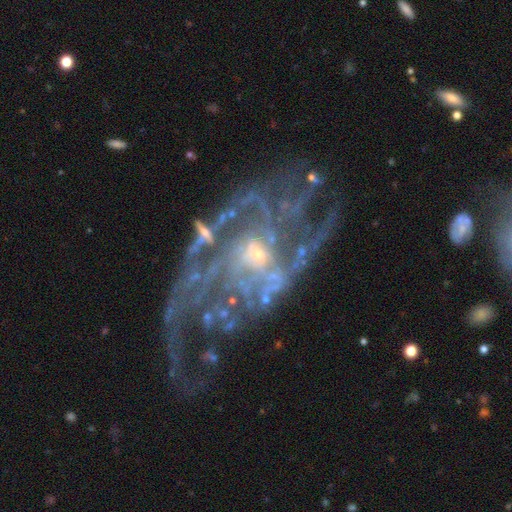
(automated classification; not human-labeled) Morphology: type=featured or disk (85%); edge-on=no (97%); bar=no (61%); spiral arms=yes (90%); winding=medium (42%); arm count=can't tell (27%); bulge=small (68%); merging=none (38%).